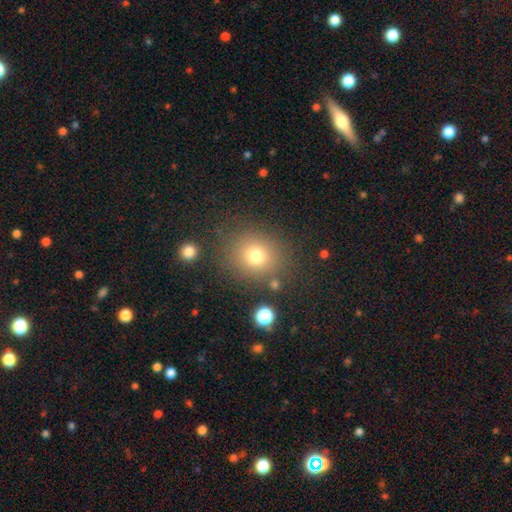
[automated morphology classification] Smooth or featured? Predicted: smooth (p=0.75). How rounded? Predicted: round (p=0.80). Merging? Predicted: none (p=0.81).